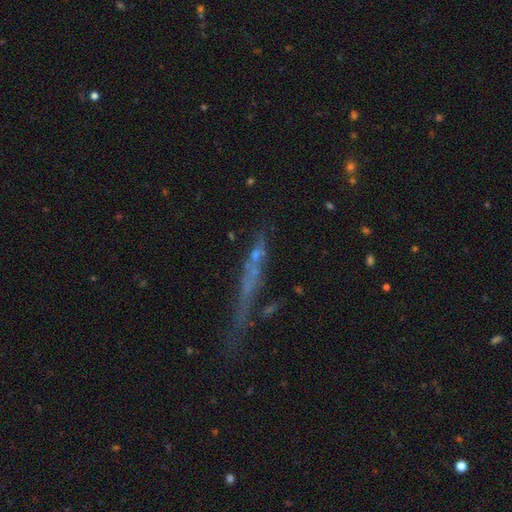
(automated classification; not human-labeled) Q: Smooth or featured?
A: featured or disk (44%); runner-up: smooth (35%)
Q: Merging?
A: none (47%); runner-up: minor disturbance (20%)